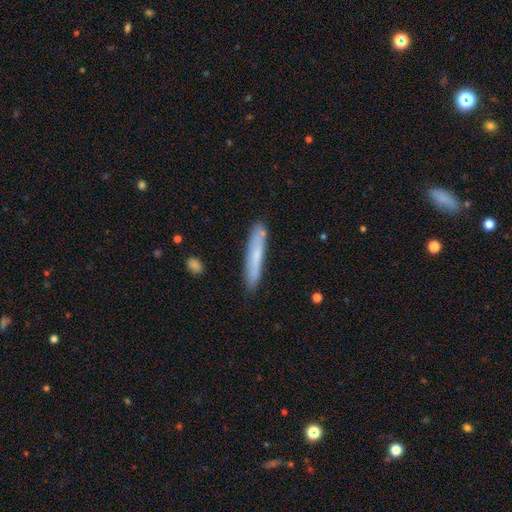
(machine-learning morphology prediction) This is likely a smooth galaxy (67%). How rounded: clearly cigar-shaped (93%). Merging: clearly none (83%).